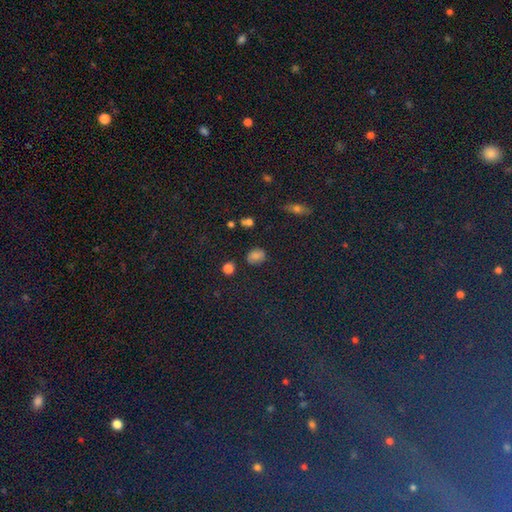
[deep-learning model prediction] A smooth galaxy with no disk features (65%) that is in between round and cigar-shaped (60%).

Vote fractions:
- Smooth or featured? smooth: 65% / star or artifact: 27% / featured or disk: 8%
- How rounded? in between: 60% / round: 38% / cigar-shaped: 3%
- Merging? none: 82% / minor disturbance: 12% / major disturbance: 3% / merger: 3%